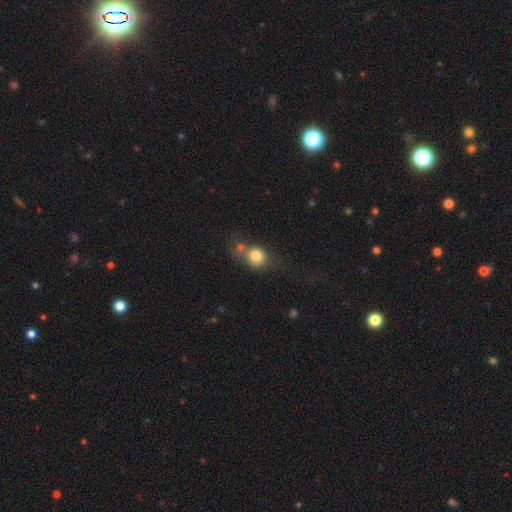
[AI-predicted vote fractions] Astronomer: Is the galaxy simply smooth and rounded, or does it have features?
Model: smooth — 79%.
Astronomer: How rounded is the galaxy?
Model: round — 68%.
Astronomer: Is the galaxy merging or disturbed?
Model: none — 41% (runner-up: merger, 33%).